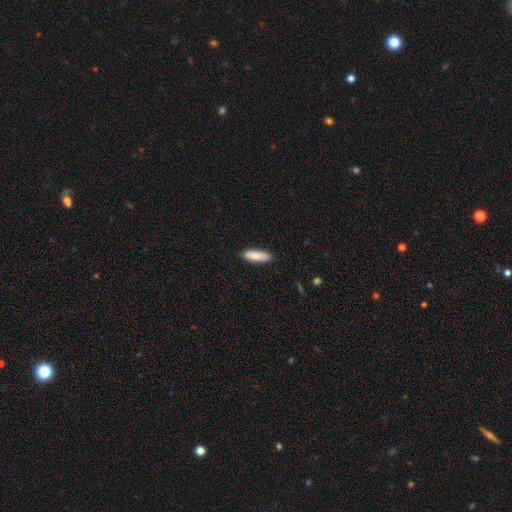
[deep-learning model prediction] smooth 85%, featured or disk 9%, star or artifact 6%. Down the decision tree: how rounded — cigar-shaped (55%); merging — none (88%).